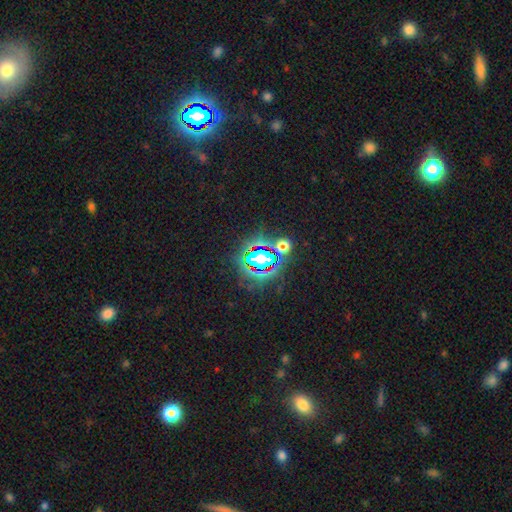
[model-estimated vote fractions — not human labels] star or artifact 77%, smooth 14%, featured or disk 9%.